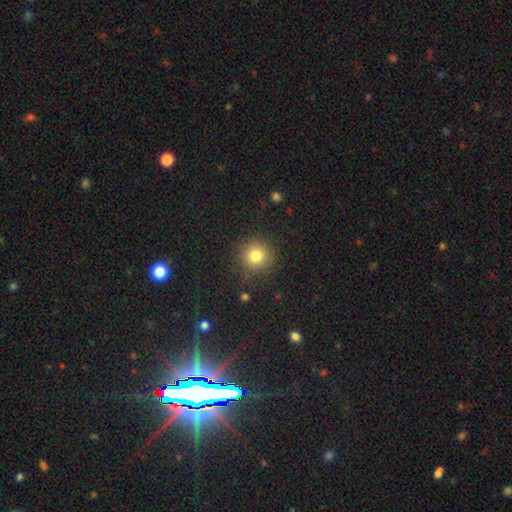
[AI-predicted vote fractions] Overall: smooth (80%). How rounded: round (93%). Merging: none (87%).